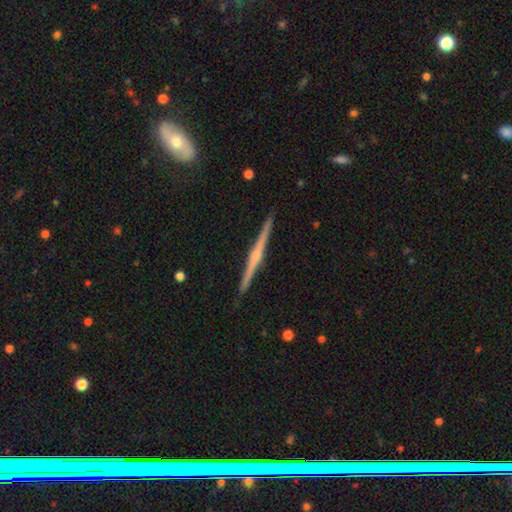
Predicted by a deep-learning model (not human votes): Smooth or featured?
  - featured or disk: 83% *
  - smooth: 12%
  - star or artifact: 5%
Edge-on disk?
  - yes: 99% *
  - no: 1%
Edge-on bulge?
  - rounded: 77% *
  - none: 13%
  - boxy: 10%
Merging?
  - none: 92% *
  - minor disturbance: 6%
  - major disturbance: 1%
  - merger: 1%